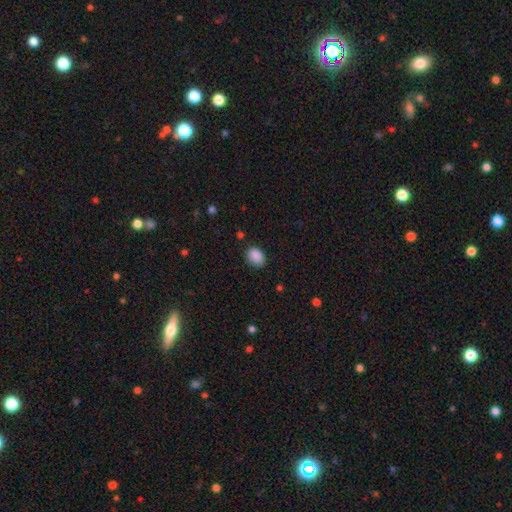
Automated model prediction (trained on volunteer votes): Q: Smooth or featured?
A: smooth (89%); runner-up: star or artifact (8%)
Q: How rounded?
A: in between (70%); runner-up: round (29%)
Q: Merging?
A: none (81%); runner-up: minor disturbance (15%)